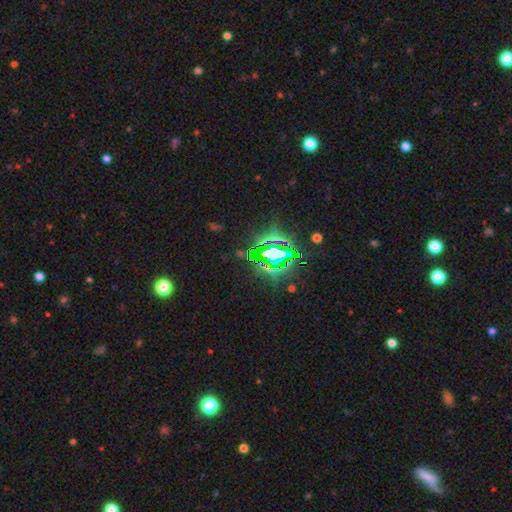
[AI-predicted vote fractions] Morphology: type=star or artifact (78%).